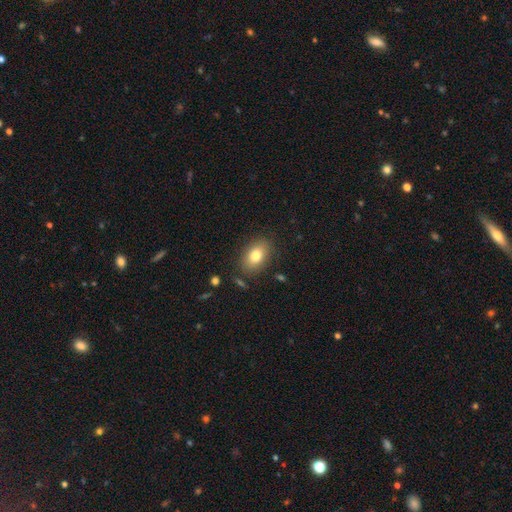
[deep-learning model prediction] This appears to be a smooth galaxy with no disk features (81%) that is in between round and cigar-shaped (83%). Merging: none (84%).